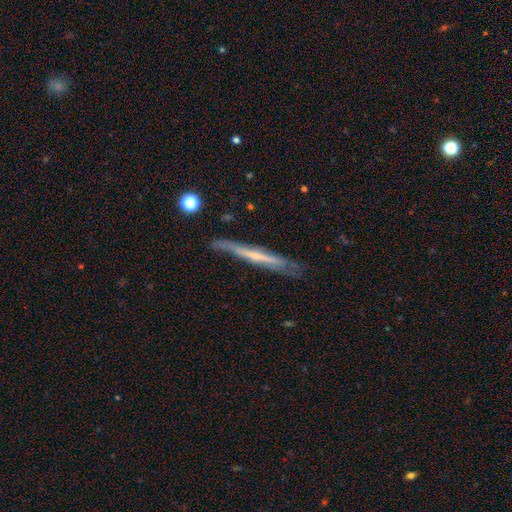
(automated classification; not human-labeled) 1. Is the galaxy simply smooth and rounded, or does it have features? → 60% featured or disk, 34% smooth, 6% star or artifact.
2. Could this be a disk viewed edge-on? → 90% yes, 10% no.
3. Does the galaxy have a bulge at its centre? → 70% none, 22% rounded, 9% boxy.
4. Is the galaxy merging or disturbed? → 71% none, 21% minor disturbance, 6% major disturbance, 2% merger.